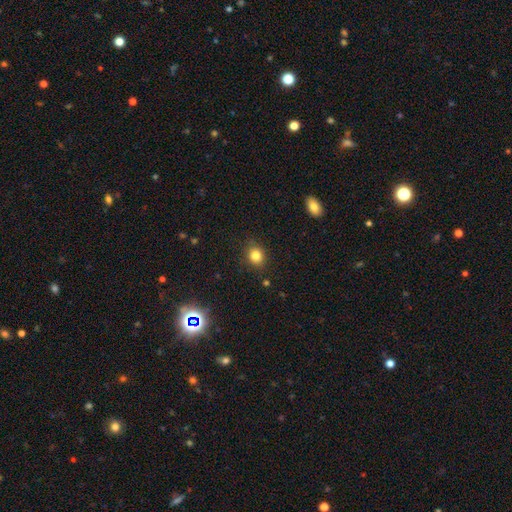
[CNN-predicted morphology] Q: Smooth or featured?
A: smooth (82%); runner-up: star or artifact (12%)
Q: How rounded?
A: round (70%); runner-up: in between (29%)
Q: Merging?
A: none (84%); runner-up: minor disturbance (12%)